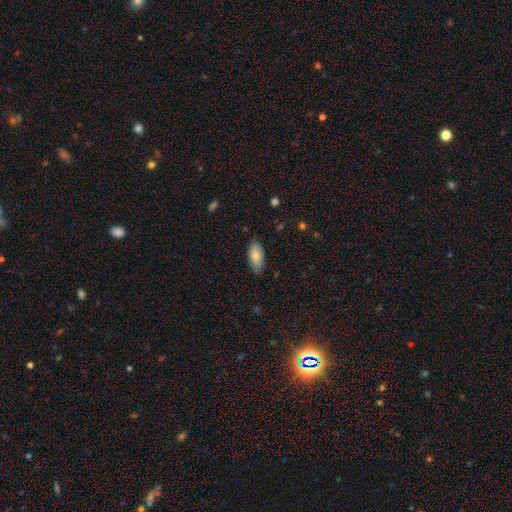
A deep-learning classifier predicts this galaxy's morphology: smooth 79%, featured or disk 14%, star or artifact 6%. Down the decision tree: how rounded — in between (90%); merging — none (80%).